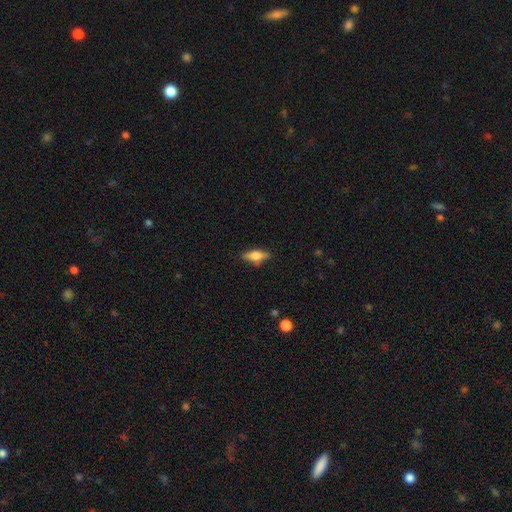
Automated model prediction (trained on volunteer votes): Overall: smooth (50%; featured or disk 43%). Merging: none (83%).